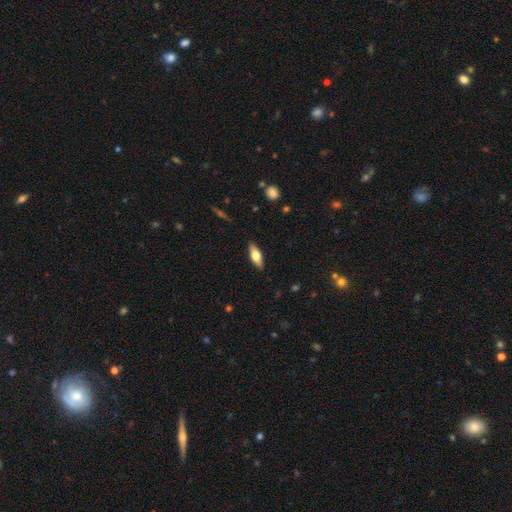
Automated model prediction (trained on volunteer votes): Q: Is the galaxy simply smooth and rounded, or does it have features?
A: smooth — 60%.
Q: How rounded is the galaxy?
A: in between — 66%.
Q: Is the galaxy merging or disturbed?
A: none — 88%.